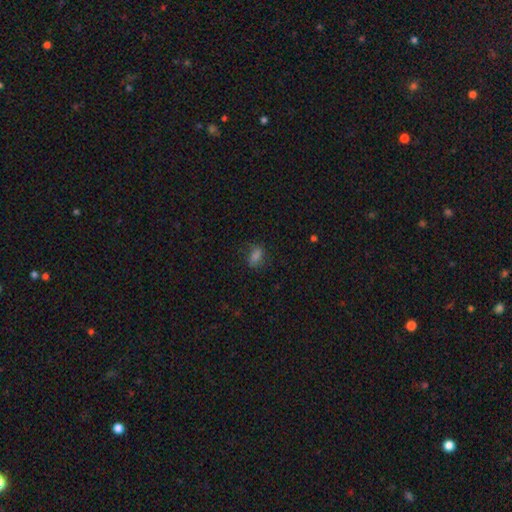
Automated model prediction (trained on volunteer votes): This is likely a smooth galaxy (69%). How rounded: likely in between (78%). Merging: likely none (73%).